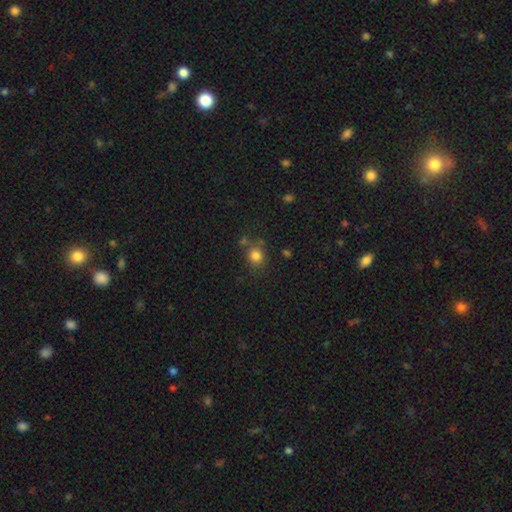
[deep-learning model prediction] The model was most divided on "how rounded": round: 78%, in between: 21%, cigar-shaped: 1%. More confident: smooth or featured — smooth (81%); merging — none (72%).